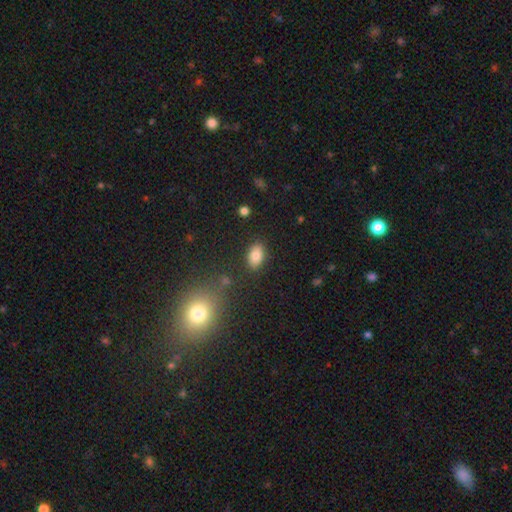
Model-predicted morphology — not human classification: type=smooth (82%); roundness=in between (90%); merging=none (85%).